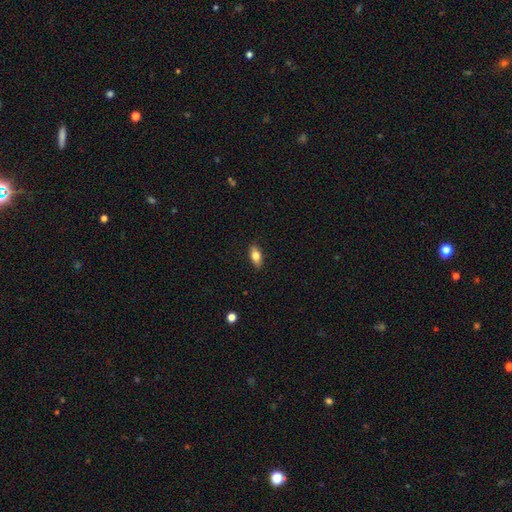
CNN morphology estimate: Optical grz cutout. It shows a smooth galaxy with no disk features (75%) that is in between round and cigar-shaped (83%). Merging: none (88%).